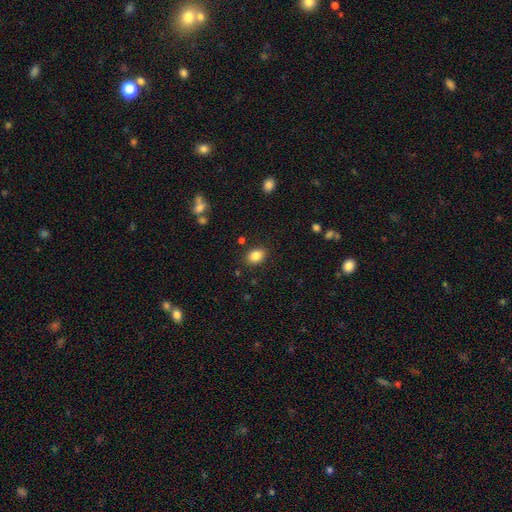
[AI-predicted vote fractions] smooth_or_featured: smooth (p=0.85) [alt: star or artifact p=0.10]
how_rounded: in between (p=0.67) [alt: round p=0.32]
merging: none (p=0.86) [alt: minor disturbance p=0.09]